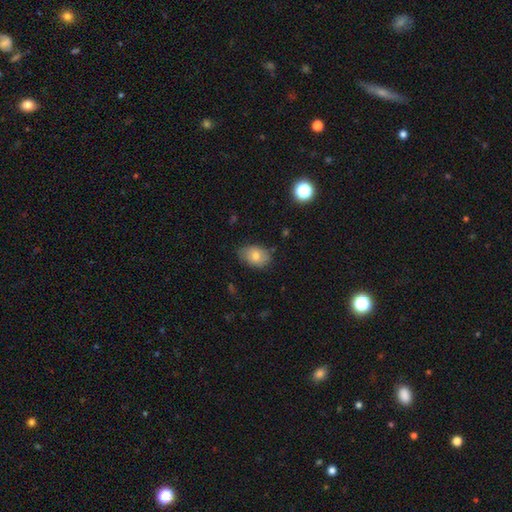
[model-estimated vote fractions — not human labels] Smooth or featured? Predicted: smooth (p=0.75). How rounded? Predicted: in between (p=0.81). Merging? Predicted: none (p=0.75).